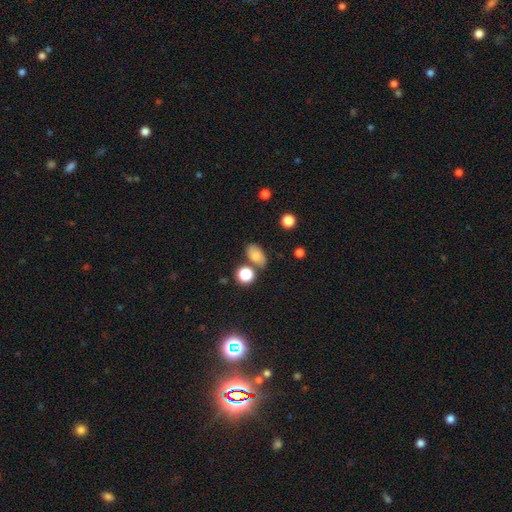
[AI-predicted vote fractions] This is clearly a smooth galaxy (80%). How rounded: clearly in between (86%). Merging: likely none (67%).